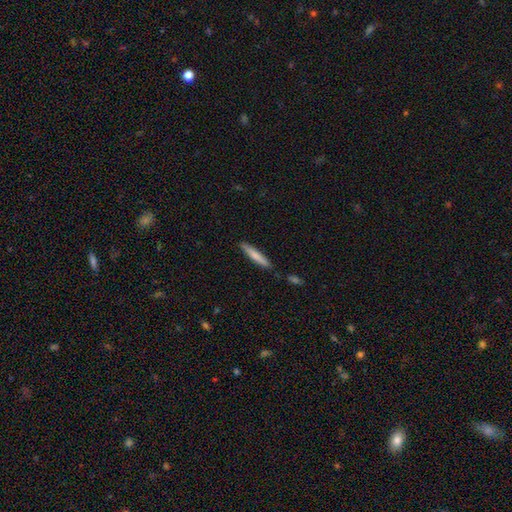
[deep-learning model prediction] smooth 73%, featured or disk 22%, star or artifact 5%. Down the decision tree: how rounded — cigar-shaped (92%); merging — none (85%).